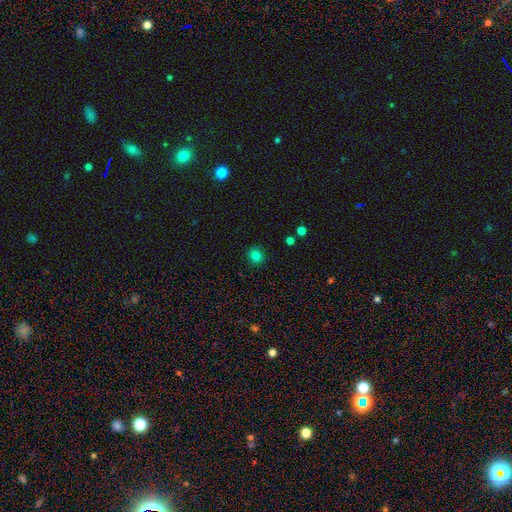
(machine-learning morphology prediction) A smooth galaxy with no disk features (81%) that is round (89%). Merging: none (90%).